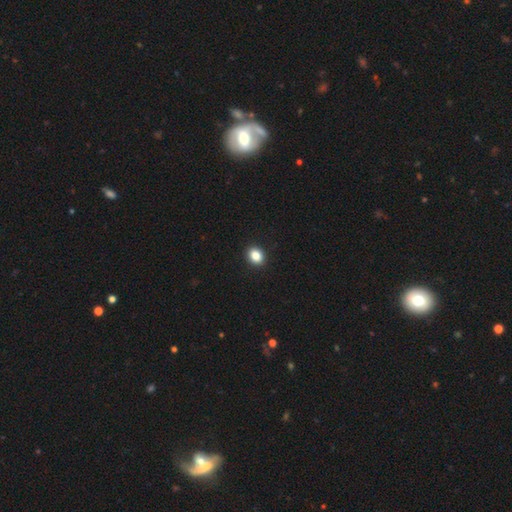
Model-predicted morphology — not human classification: Smooth or featured: smooth — 85% (star or artifact — 10%)
How rounded: round — 59% (in between — 40%)
Merging: none — 93% (minor disturbance — 5%)